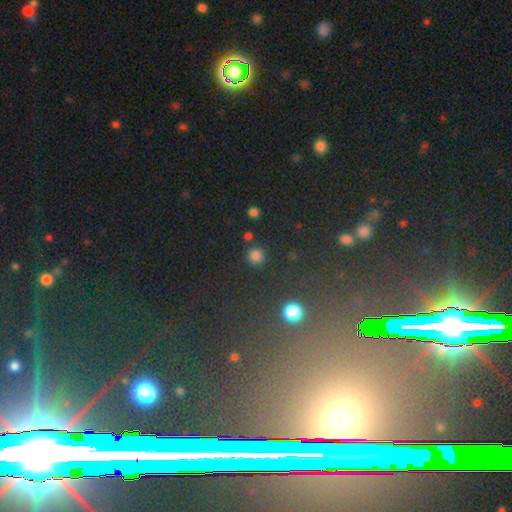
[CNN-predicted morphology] A smooth galaxy with no disk features (79%) that is round (93%).

Vote fractions:
- Smooth or featured? smooth: 79% / star or artifact: 17% / featured or disk: 4%
- How rounded? round: 93% / in between: 6% / cigar-shaped: 1%
- Merging? none: 87% / minor disturbance: 7% / merger: 4% / major disturbance: 3%